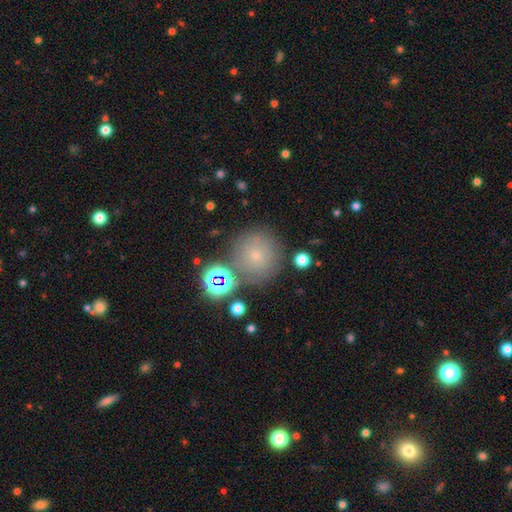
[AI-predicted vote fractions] smooth-or-featured: smooth: 60% | star or artifact: 21% | featured or disk: 19%
  how-rounded: round: 93% | in between: 6% | cigar-shaped: 1%
  merging: none: 73% | minor disturbance: 12% | merger: 9% | major disturbance: 5%